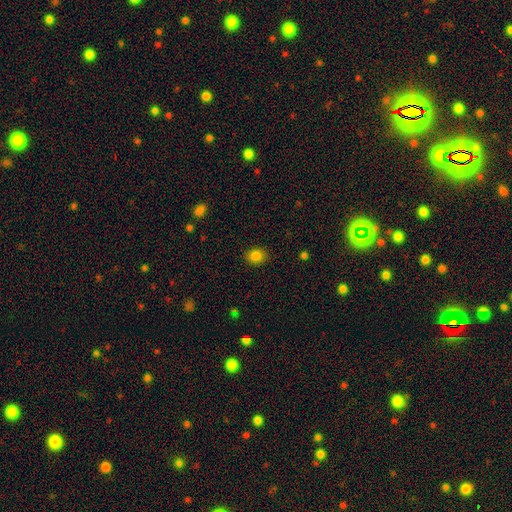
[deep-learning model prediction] Morphology: type=smooth (83%); roundness=round (59%); merging=none (89%).